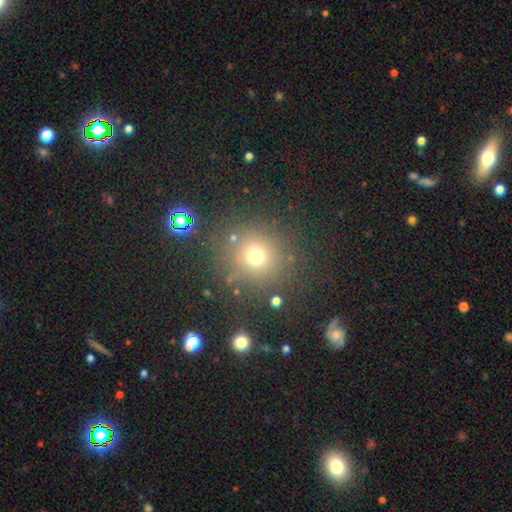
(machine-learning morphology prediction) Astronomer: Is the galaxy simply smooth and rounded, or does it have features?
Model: smooth — 70%.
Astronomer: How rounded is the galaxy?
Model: round — 91%.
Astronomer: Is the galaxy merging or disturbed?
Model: none — 82%.